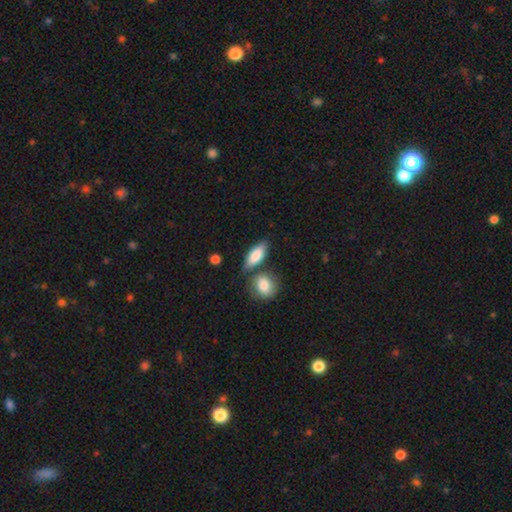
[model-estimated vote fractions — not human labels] Smooth or featured? smooth (82%)
How rounded? in between (79%)
Merging? none (61%)